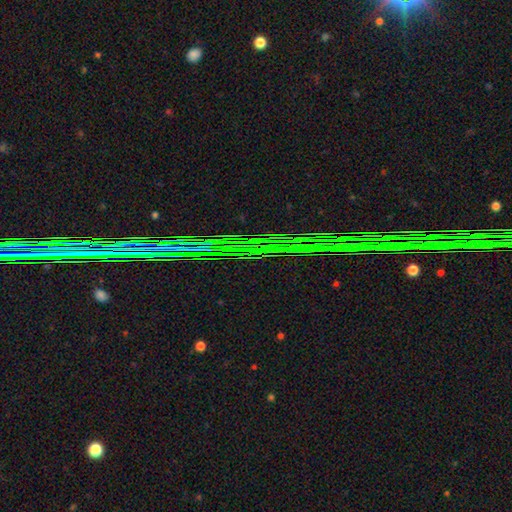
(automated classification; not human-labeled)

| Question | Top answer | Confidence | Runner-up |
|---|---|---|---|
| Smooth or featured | star or artifact | 82% | featured or disk (10%) |